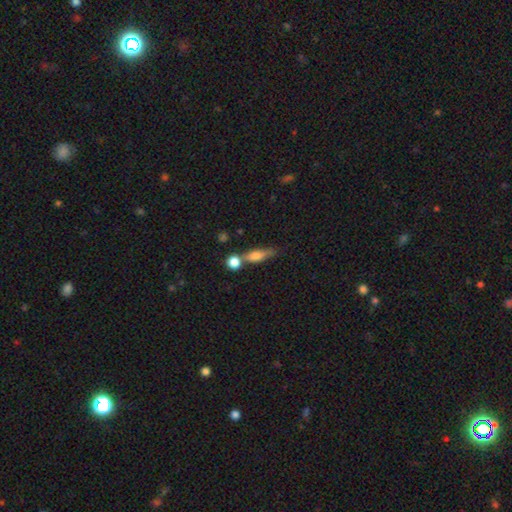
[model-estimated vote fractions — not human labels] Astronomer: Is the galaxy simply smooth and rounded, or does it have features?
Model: smooth — 67%.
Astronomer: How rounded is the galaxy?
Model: cigar-shaped — 46% (runner-up: in between, 44%).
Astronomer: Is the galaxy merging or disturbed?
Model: none — 47% (runner-up: merger, 28%).